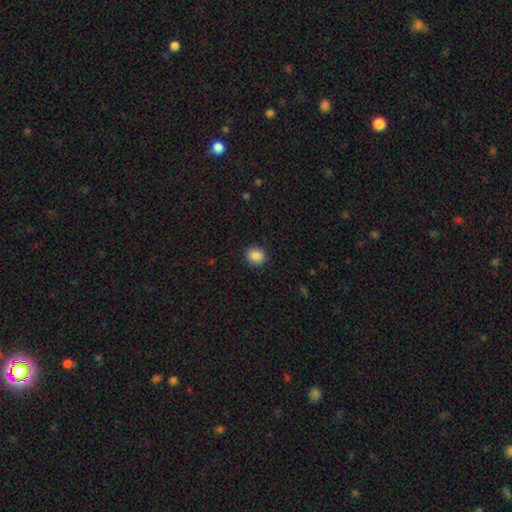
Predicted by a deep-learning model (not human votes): The model was most divided on "how rounded": round: 73%, in between: 26%, cigar-shaped: 1%. More confident: merging — none (89%); smooth or featured — smooth (88%).